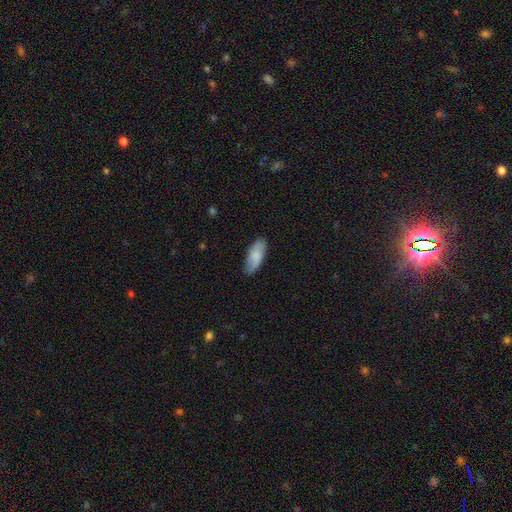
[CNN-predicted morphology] Smooth or featured?
  - smooth: 80% *
  - featured or disk: 15%
  - star or artifact: 6%
How rounded?
  - in between: 77% *
  - cigar-shaped: 21%
  - round: 2%
Merging?
  - none: 81% *
  - minor disturbance: 15%
  - major disturbance: 3%
  - merger: 1%